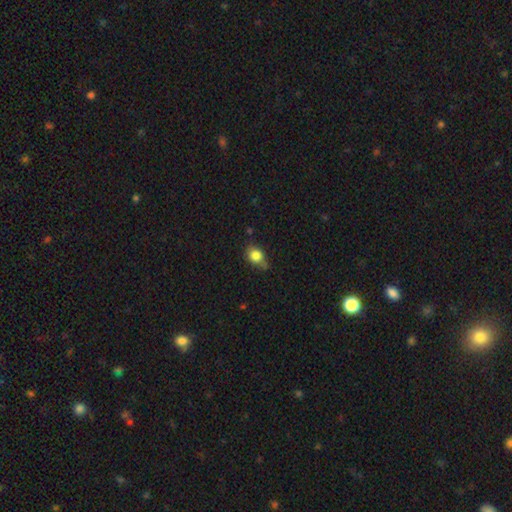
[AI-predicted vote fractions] Smooth or featured: smooth — 82% (star or artifact — 10%)
How rounded: round — 52% (in between — 46%)
Merging: none — 58% (minor disturbance — 31%)